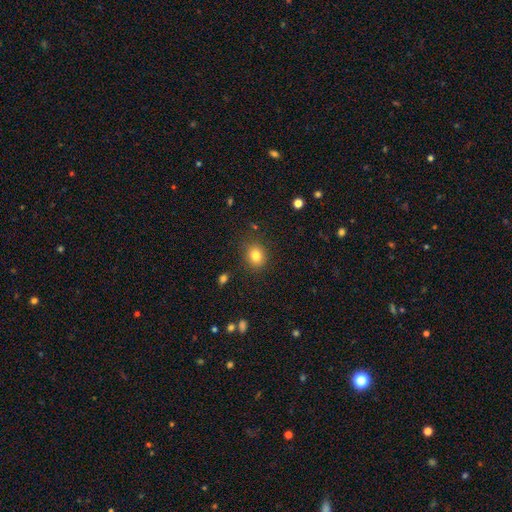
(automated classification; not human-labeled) The model was most divided on "how rounded": round: 65%, in between: 34%, cigar-shaped: 1%. More confident: merging — none (86%); smooth or featured — smooth (82%).